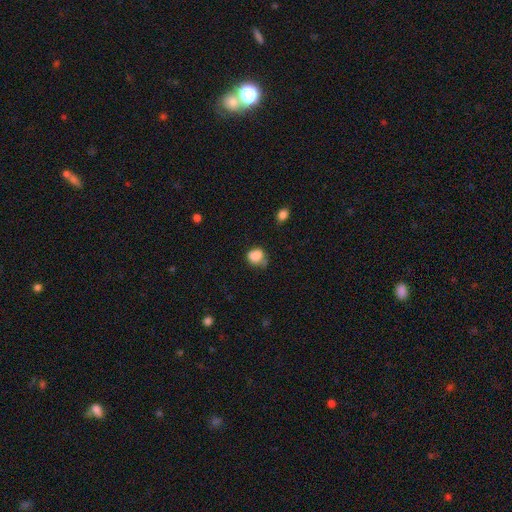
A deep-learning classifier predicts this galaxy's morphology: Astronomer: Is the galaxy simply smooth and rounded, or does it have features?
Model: smooth — 82%.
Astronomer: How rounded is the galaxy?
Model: round — 61% (runner-up: in between, 38%).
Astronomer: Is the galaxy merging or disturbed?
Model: none — 43% (runner-up: minor disturbance, 33%).